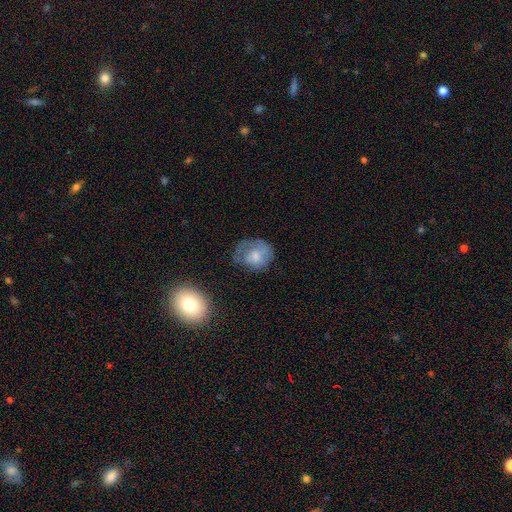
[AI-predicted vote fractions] Smooth or featured?
  - smooth: 61% *
  - featured or disk: 30%
  - star or artifact: 9%
How rounded?
  - round: 59% *
  - in between: 40%
  - cigar-shaped: 1%
Merging?
  - none: 44% *
  - minor disturbance: 30%
  - major disturbance: 24%
  - merger: 3%